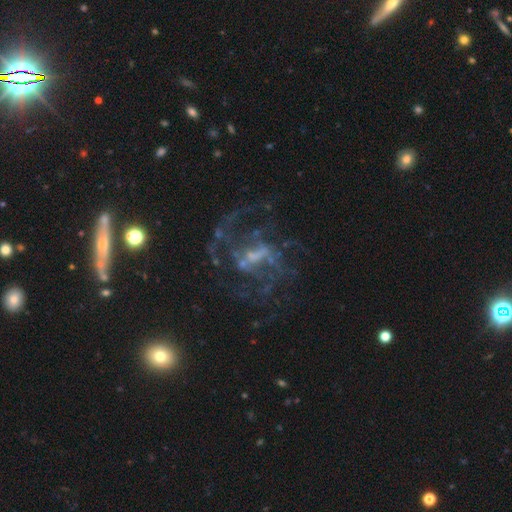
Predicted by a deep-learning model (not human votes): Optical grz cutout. It shows a featured or disk galaxy (76%) with a weak bar (44%), loose (42%) spiral arms (73%) and a small central bulge (34%). Merging: none (49%).